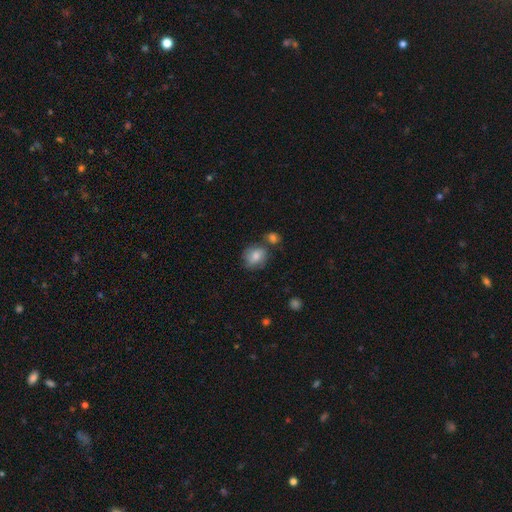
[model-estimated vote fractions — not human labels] The model was most divided on "how rounded": round: 68%, in between: 31%, cigar-shaped: 1%. More confident: smooth or featured — smooth (71%); merging — none (60%).